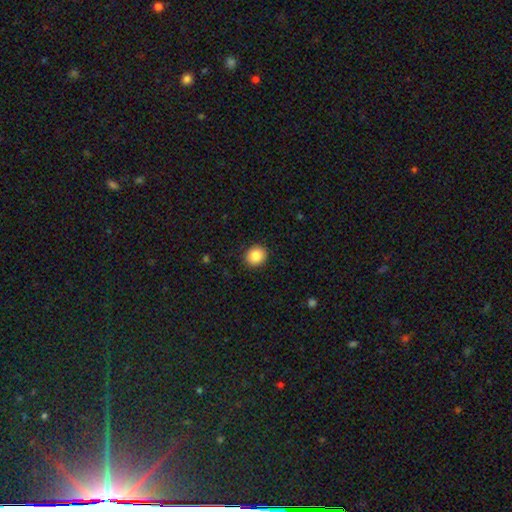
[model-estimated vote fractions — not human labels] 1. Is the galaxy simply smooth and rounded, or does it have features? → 87% smooth, 9% star or artifact, 5% featured or disk.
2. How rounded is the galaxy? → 85% round, 14% in between, 1% cigar-shaped.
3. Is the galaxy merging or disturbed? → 91% none, 6% minor disturbance, 2% major disturbance, 1% merger.